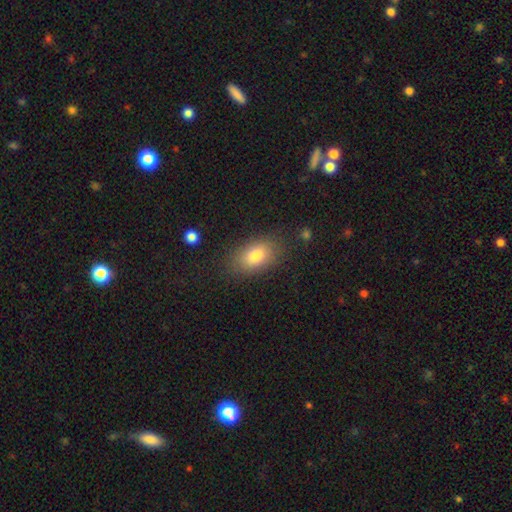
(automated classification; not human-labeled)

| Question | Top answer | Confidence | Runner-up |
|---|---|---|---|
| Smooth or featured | smooth | 80% | featured or disk (11%) |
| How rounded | in between | 88% | round (10%) |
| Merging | none | 81% | minor disturbance (13%) |